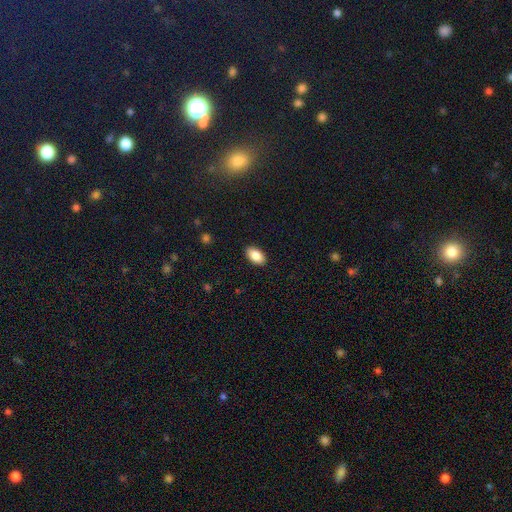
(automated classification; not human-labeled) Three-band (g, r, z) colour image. It shows a smooth galaxy with no disk features (87%) that is in between round and cigar-shaped (94%). Merging: none (89%).